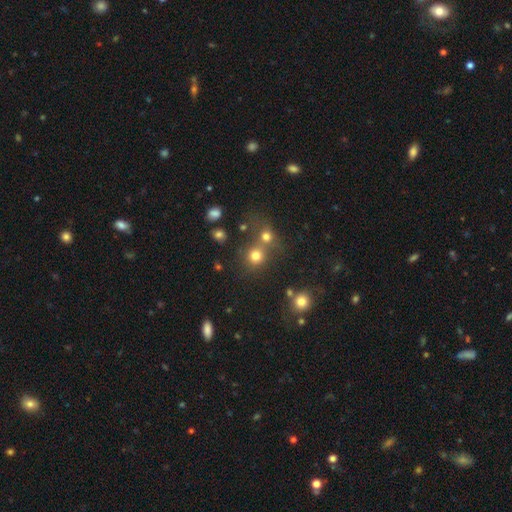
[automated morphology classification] type=smooth (76%); roundness=round (87%); merging=none (55%).